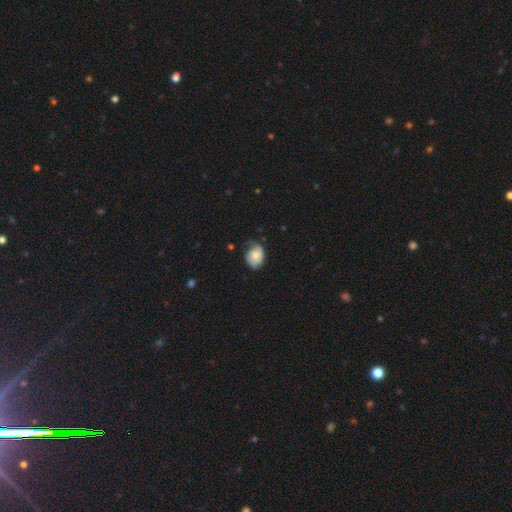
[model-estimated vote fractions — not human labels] This appears to be a smooth galaxy with no disk features (60%) that is in between round and cigar-shaped (55%). Merging: none (39%).